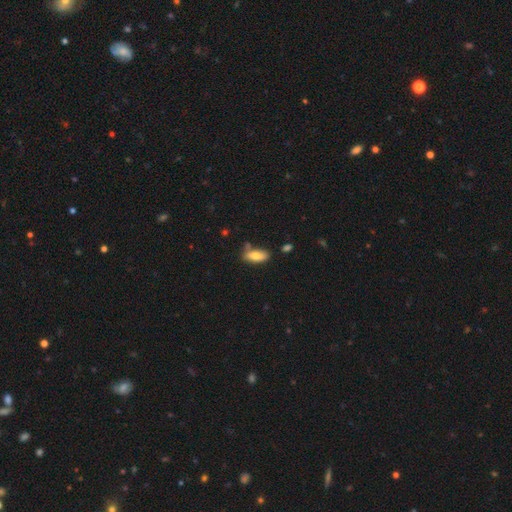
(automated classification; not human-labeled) Smooth or featured? Predicted: smooth (p=0.76). How rounded? Predicted: in between (p=0.79). Merging? Predicted: none (p=0.68).